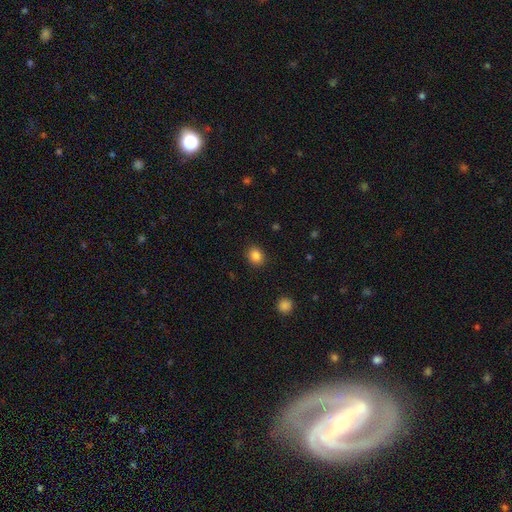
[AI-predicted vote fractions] smooth-or-featured: smooth: 85% | star or artifact: 10% | featured or disk: 4%
  how-rounded: round: 63% | in between: 36% | cigar-shaped: 1%
  merging: none: 88% | minor disturbance: 8% | major disturbance: 2% | merger: 1%